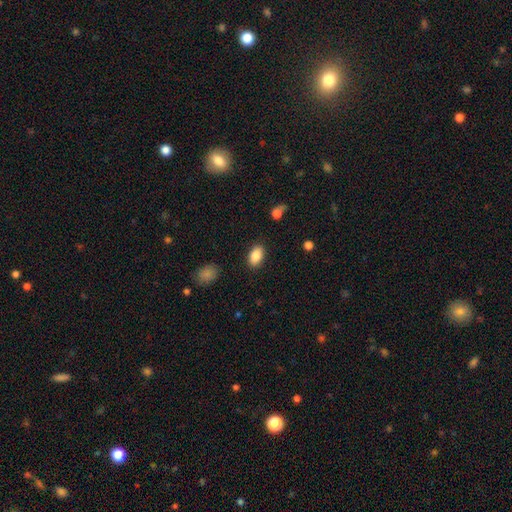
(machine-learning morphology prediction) Smooth or featured?
  - smooth: 86% *
  - star or artifact: 8%
  - featured or disk: 6%
How rounded?
  - in between: 91% *
  - round: 8%
  - cigar-shaped: 2%
Merging?
  - none: 87% *
  - minor disturbance: 9%
  - major disturbance: 2%
  - merger: 1%